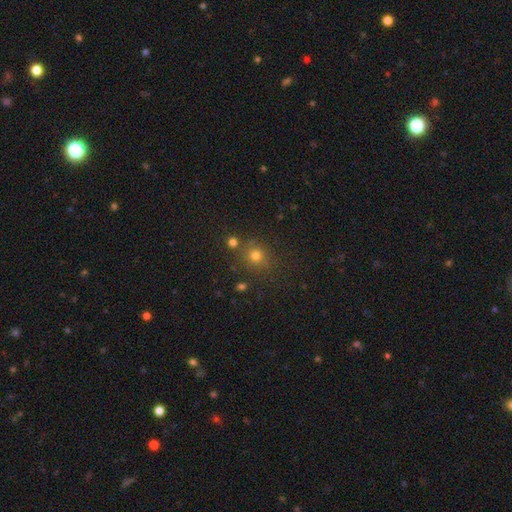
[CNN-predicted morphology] A smooth galaxy with no disk features (66%) that is round (85%). Merging: none (77%).